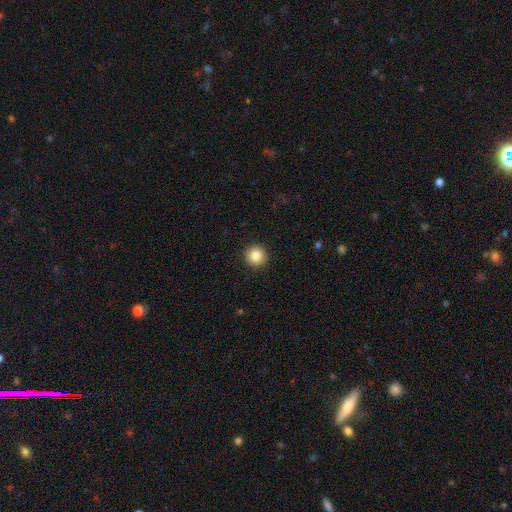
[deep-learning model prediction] A smooth galaxy with no disk features (85%) that is round (96%). Merging: none (93%).